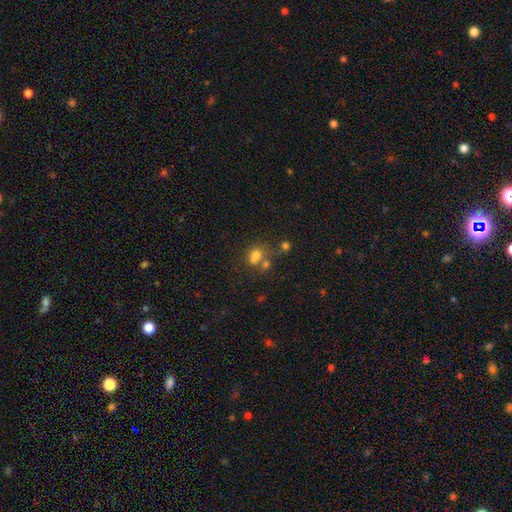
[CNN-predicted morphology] A smooth galaxy with no disk features (71%) that is round (53%). Merging: merger (40%).